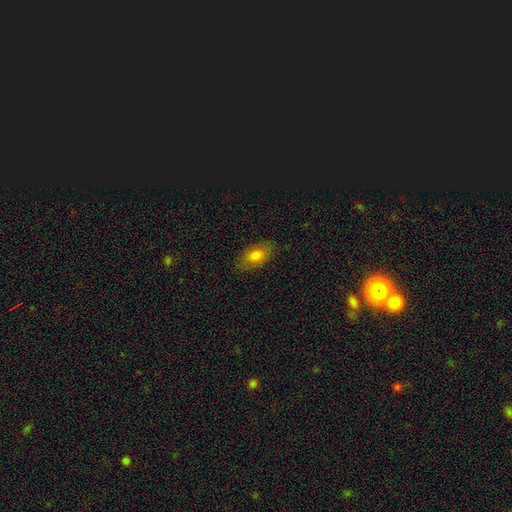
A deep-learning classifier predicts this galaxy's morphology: A smooth galaxy with no disk features (79%) that is in between round and cigar-shaped (90%).

Vote fractions:
- Smooth or featured? smooth: 79% / featured or disk: 13% / star or artifact: 8%
- How rounded? in between: 90% / round: 6% / cigar-shaped: 4%
- Merging? none: 83% / minor disturbance: 13% / major disturbance: 3% / merger: 1%